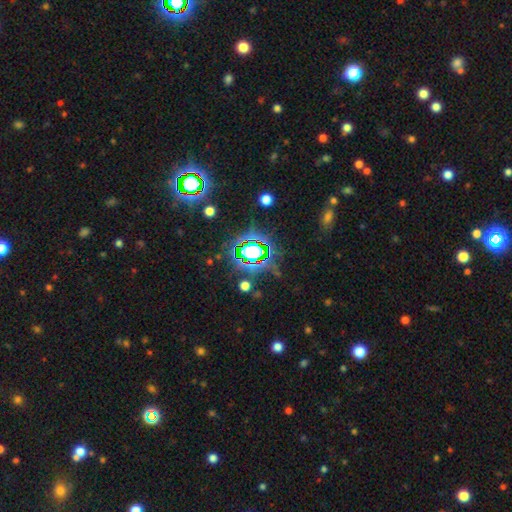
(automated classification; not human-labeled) Smooth or featured?
  - star or artifact: 72% *
  - smooth: 16%
  - featured or disk: 12%